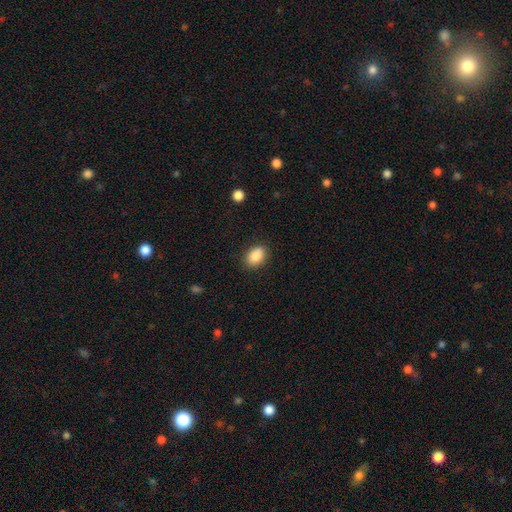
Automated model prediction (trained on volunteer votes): This is clearly a smooth galaxy (88%). How rounded: clearly in between (81%). Merging: clearly none (87%).